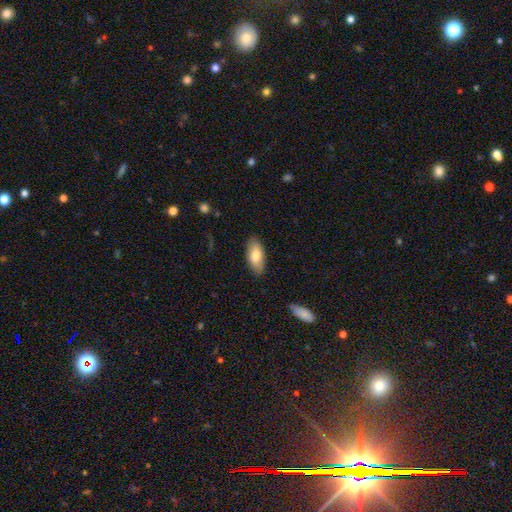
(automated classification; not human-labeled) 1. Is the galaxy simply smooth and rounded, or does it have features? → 77% smooth, 17% featured or disk, 6% star or artifact.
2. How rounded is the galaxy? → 89% in between, 9% cigar-shaped, 2% round.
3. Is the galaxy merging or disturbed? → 86% none, 11% minor disturbance, 2% major disturbance, 1% merger.